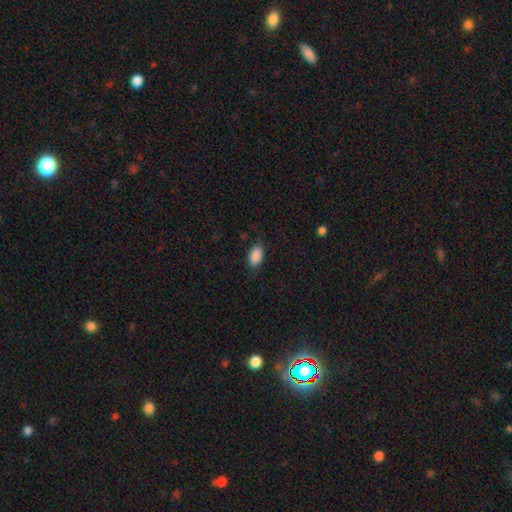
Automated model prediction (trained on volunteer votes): Morphology: type=smooth (89%); roundness=in between (92%); merging=none (81%).